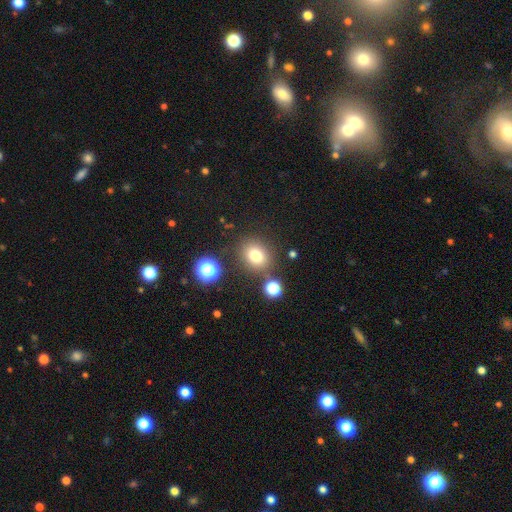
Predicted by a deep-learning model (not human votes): Overall: smooth (76%). How rounded: round (67%; in between 32%). Merging: none (80%).